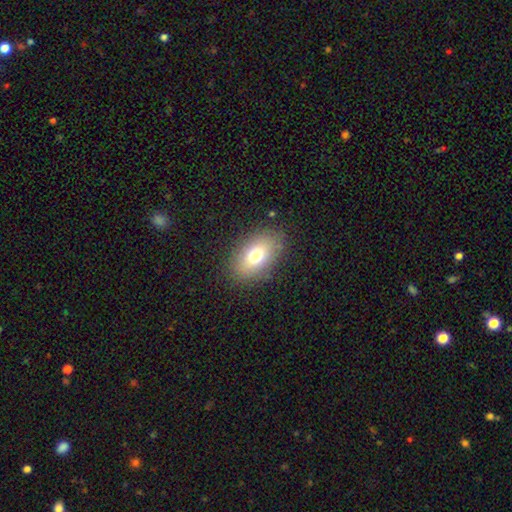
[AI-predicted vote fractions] Q: Smooth or featured?
A: smooth (73%); runner-up: featured or disk (16%)
Q: How rounded?
A: in between (86%); runner-up: round (13%)
Q: Merging?
A: none (83%); runner-up: minor disturbance (11%)